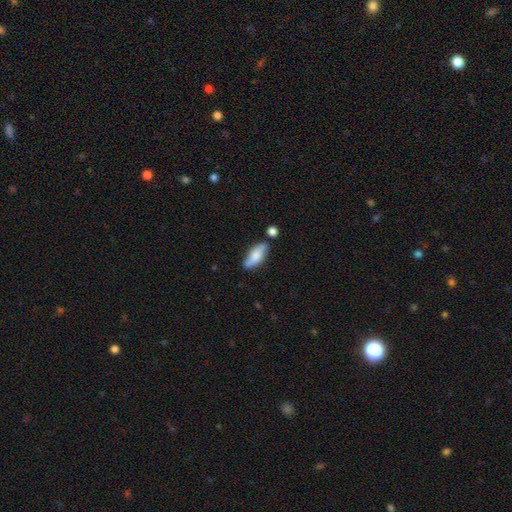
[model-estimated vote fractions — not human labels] smooth_or_featured: smooth (p=0.64) [alt: featured or disk p=0.29]
how_rounded: in between (p=0.72) [alt: cigar-shaped p=0.26]
merging: none (p=0.73) [alt: minor disturbance p=0.16]